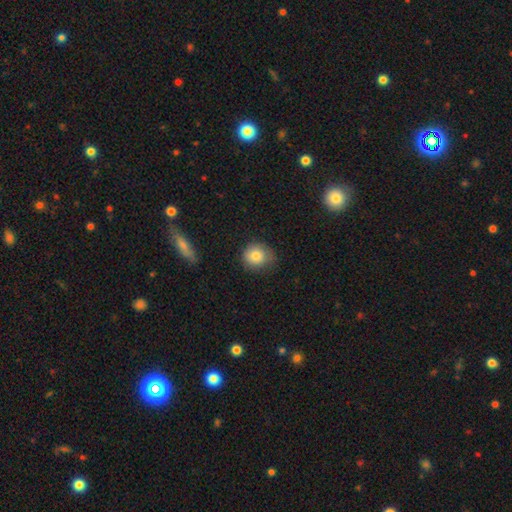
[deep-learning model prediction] smooth-or-featured: smooth: 81% | featured or disk: 10% | star or artifact: 9%
  how-rounded: round: 83% | in between: 16% | cigar-shaped: 1%
  merging: none: 70% | minor disturbance: 22% | major disturbance: 6% | merger: 2%